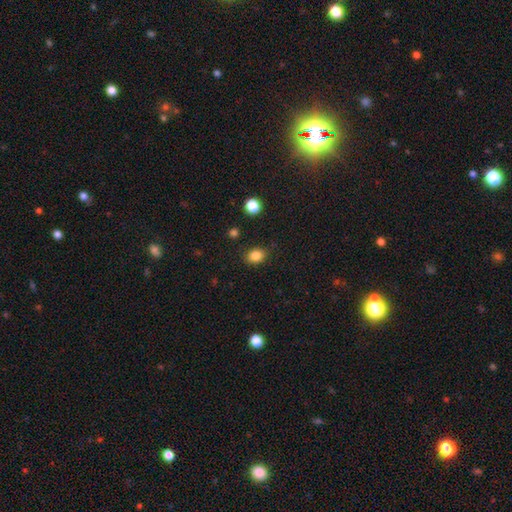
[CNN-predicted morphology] type=smooth (84%); roundness=in between (53%); merging=none (83%).